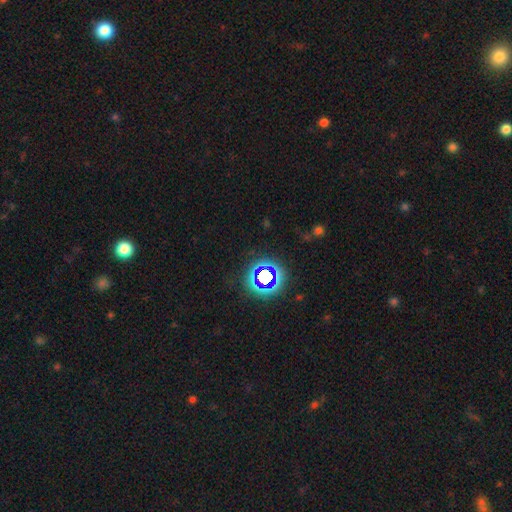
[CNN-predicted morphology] type=star or artifact (62%).